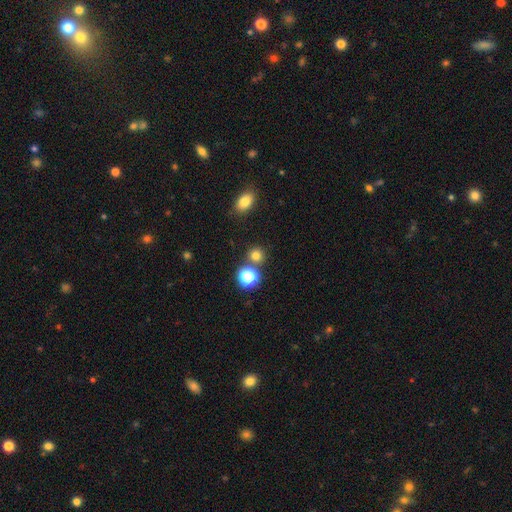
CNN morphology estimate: smooth_or_featured: smooth (p=0.75) [alt: star or artifact p=0.19]
how_rounded: round (p=0.88) [alt: in between p=0.11]
merging: none (p=0.75) [alt: merger p=0.14]